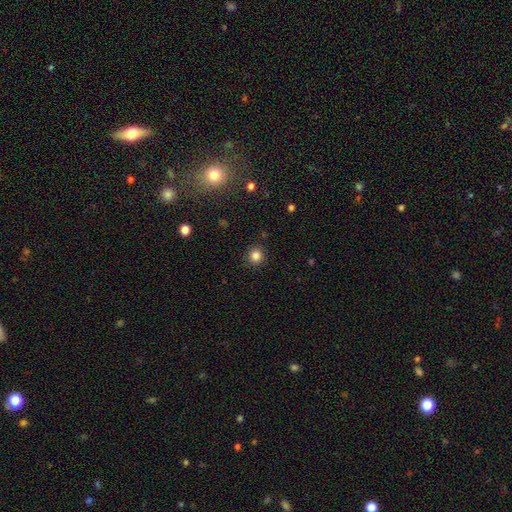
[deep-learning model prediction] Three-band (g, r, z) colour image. It shows a smooth galaxy with no disk features (83%) that is round (92%). Merging: none (91%).